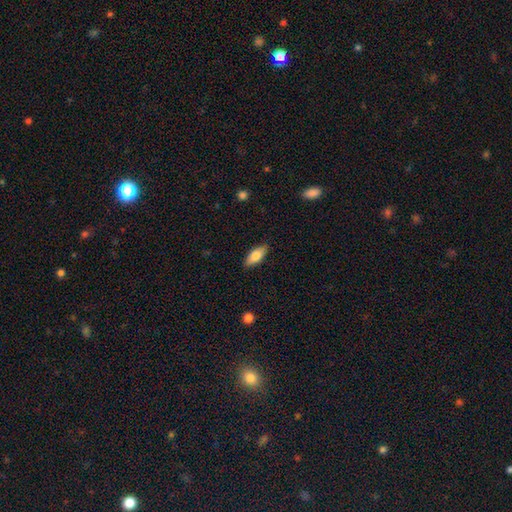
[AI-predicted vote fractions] Smooth or featured? smooth (75%)
How rounded? in between (78%)
Merging? none (87%)